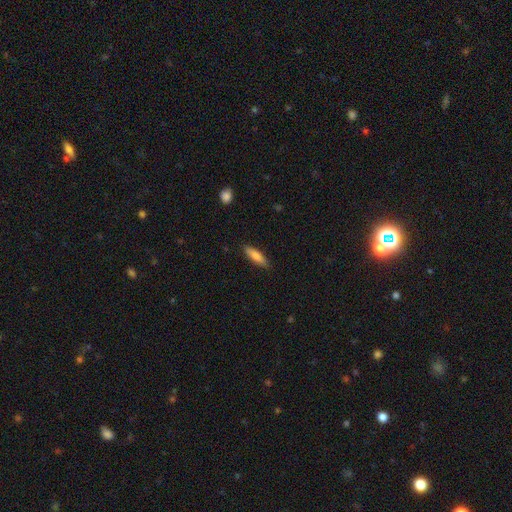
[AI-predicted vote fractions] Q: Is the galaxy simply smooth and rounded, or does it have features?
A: smooth — 77%.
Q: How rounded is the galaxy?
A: cigar-shaped — 64%.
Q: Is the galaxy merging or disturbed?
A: none — 87%.